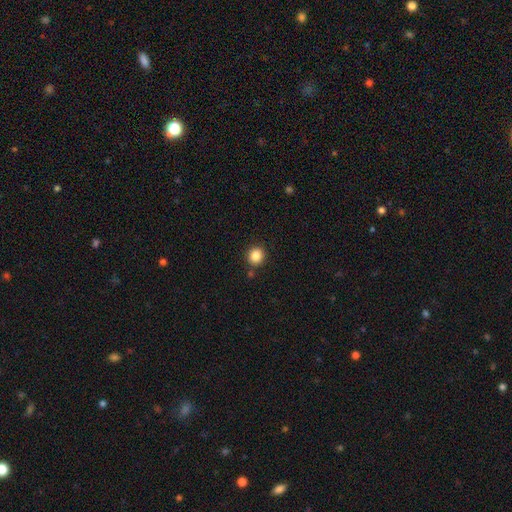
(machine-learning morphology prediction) Smooth or featured? smooth (85%)
How rounded? round (87%)
Merging? none (85%)